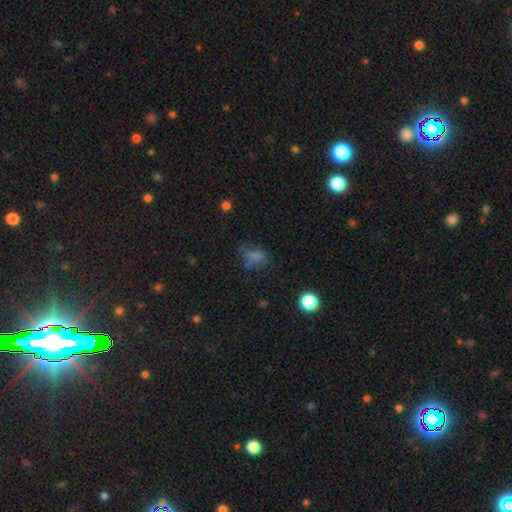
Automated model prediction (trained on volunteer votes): Morphology: type=smooth (58%); roundness=in between (70%); merging=none (51%).